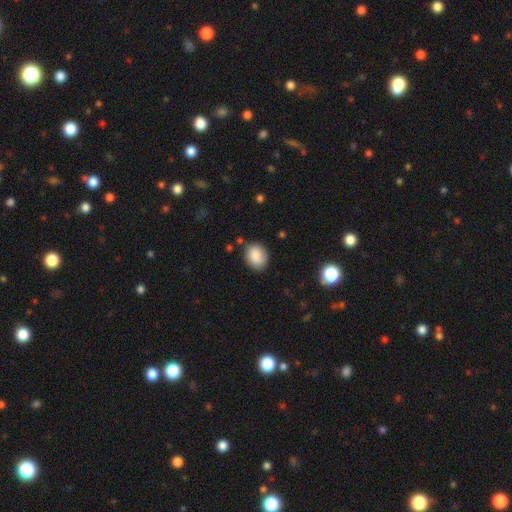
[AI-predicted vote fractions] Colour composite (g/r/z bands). It shows a smooth galaxy with no disk features (83%) that is round (56%). Merging: none (81%).